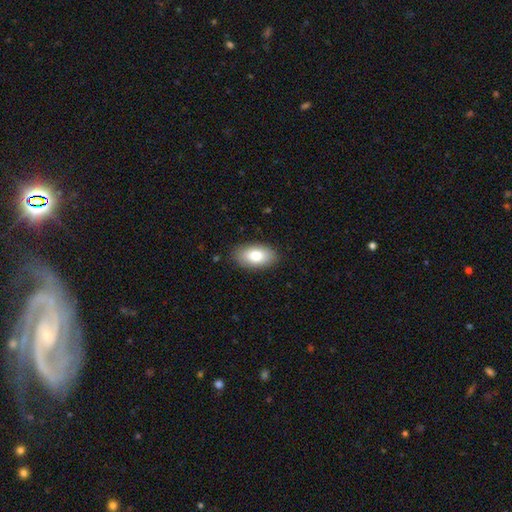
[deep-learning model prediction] A smooth galaxy with no disk features (80%) that is in between round and cigar-shaped (93%).

Vote fractions:
- Smooth or featured? smooth: 80% / featured or disk: 14% / star or artifact: 7%
- How rounded? in between: 93% / round: 4% / cigar-shaped: 2%
- Merging? none: 87% / minor disturbance: 10% / major disturbance: 2% / merger: 1%